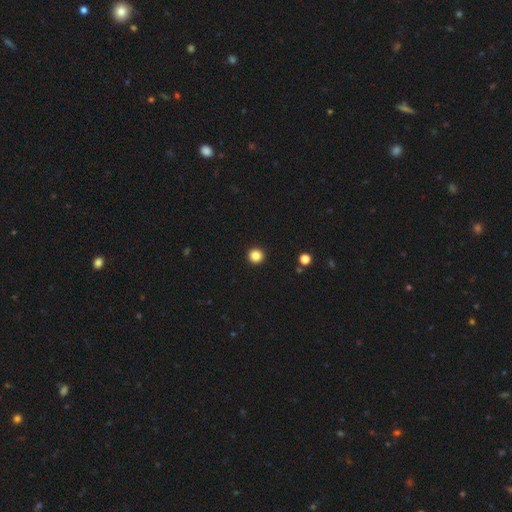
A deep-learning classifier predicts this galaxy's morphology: Smooth or featured? smooth (86%)
How rounded? round (95%)
Merging? none (94%)